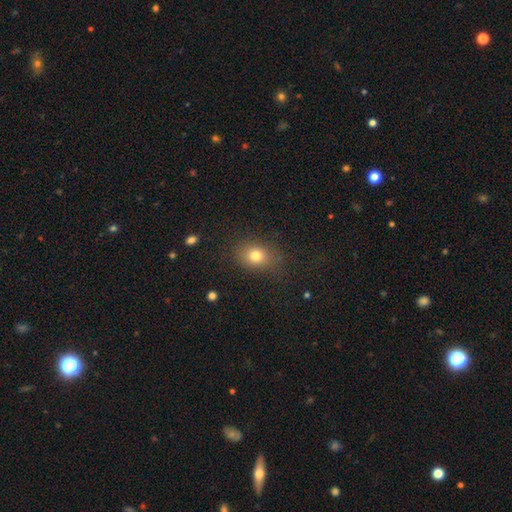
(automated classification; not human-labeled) Morphology: type=smooth (79%); roundness=in between (57%); merging=none (80%).